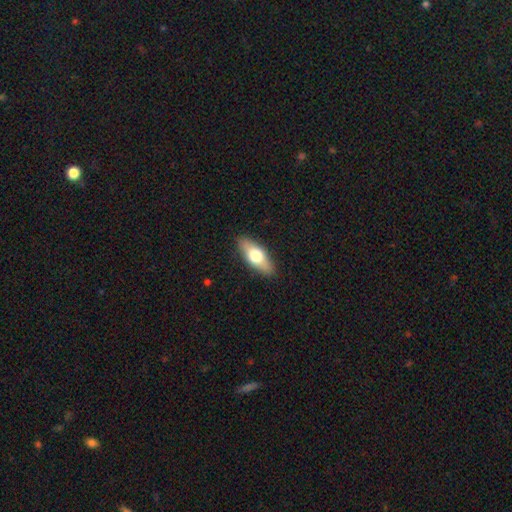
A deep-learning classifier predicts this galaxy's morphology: This appears to be a smooth galaxy with no disk features (62%) that is in between round and cigar-shaped (72%). Merging: none (89%).